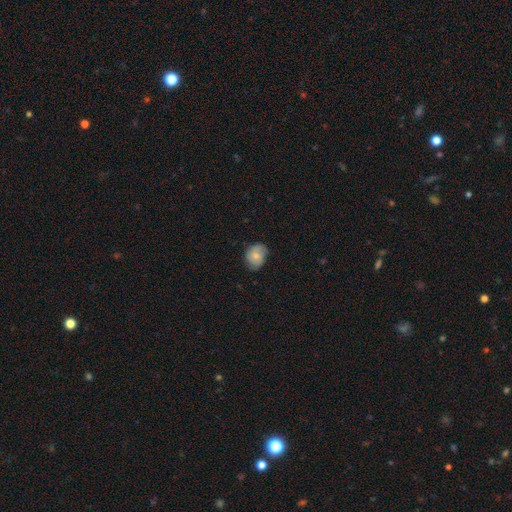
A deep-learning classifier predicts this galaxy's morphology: smooth 65%, featured or disk 27%, star or artifact 8%. Down the decision tree: how rounded — in between (54%); merging — none (68%).